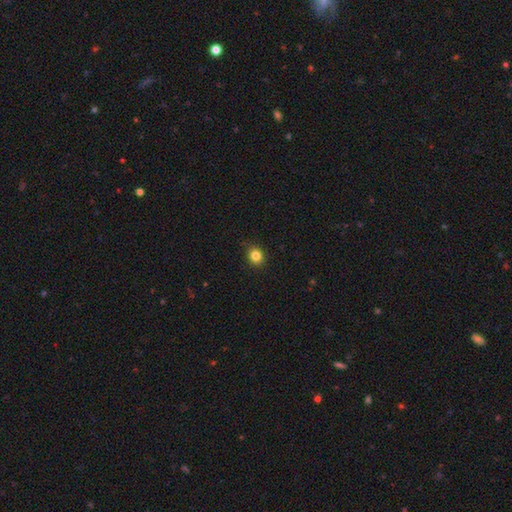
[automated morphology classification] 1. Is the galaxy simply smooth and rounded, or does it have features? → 83% smooth, 11% star or artifact, 5% featured or disk.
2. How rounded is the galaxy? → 77% round, 22% in between, 1% cigar-shaped.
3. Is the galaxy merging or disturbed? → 88% none, 9% minor disturbance, 2% major disturbance, 1% merger.